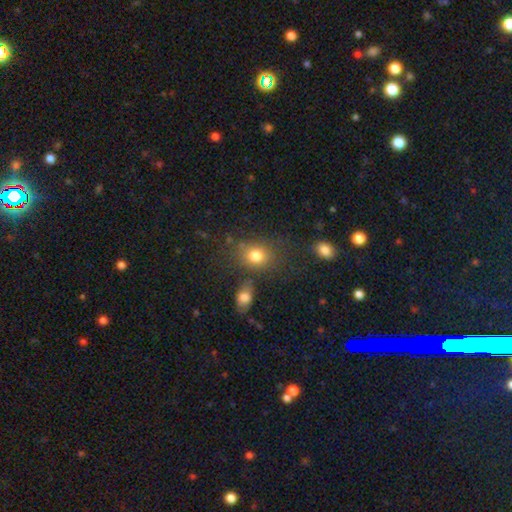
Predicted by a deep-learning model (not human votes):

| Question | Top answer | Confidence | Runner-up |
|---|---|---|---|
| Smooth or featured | smooth | 79% | star or artifact (13%) |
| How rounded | round | 57% | in between (42%) |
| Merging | none | 69% | minor disturbance (14%) |